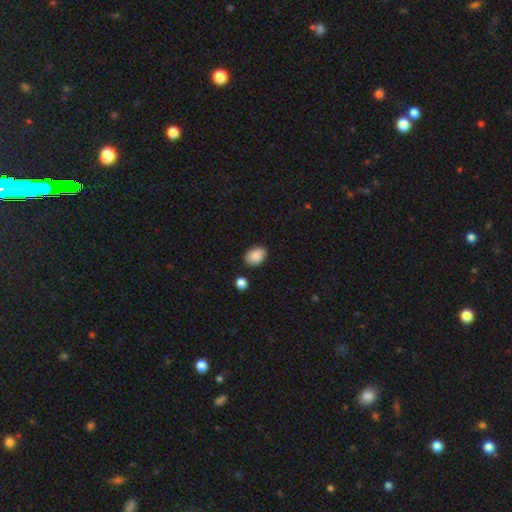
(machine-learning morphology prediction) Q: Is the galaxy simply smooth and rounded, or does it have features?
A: smooth — 89%.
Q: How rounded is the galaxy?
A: in between — 79%.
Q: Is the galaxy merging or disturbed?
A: none — 84%.